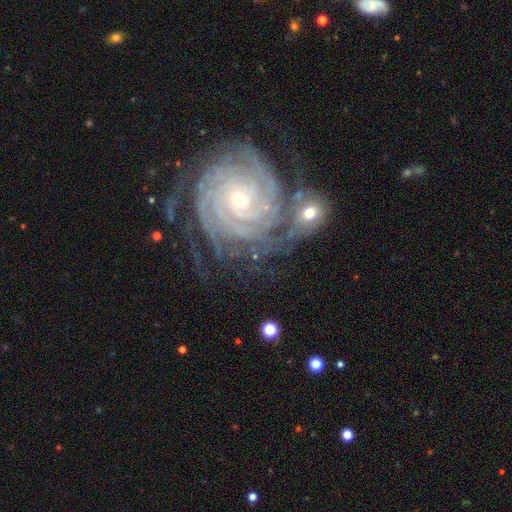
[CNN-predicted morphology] A featured or disk galaxy (89%) with no bar (67%), 4 (25%) tight (83%) spiral arms (98%) and a small central bulge (61%).

Vote fractions:
- Smooth or featured? featured or disk: 89% / star or artifact: 7% / smooth: 5%
- Edge-on disk? no: 97% / yes: 3%
- Bar? no: 67% / weak: 22% / strong: 11%
- Spiral arms? yes: 98% / no: 2%
- Spiral winding? tight: 83% / medium: 14% / loose: 3%
- Spiral arm count? 4: 25% / more than 4: 22% / can't tell: 19% / 3: 17% / 2: 10% / 1: 7%
- Bulge size? small: 61% / moderate: 36% / large: 2% / none: 1% / dominant: 1%
- Merging? none: 59% / minor disturbance: 17% / merger: 13% / major disturbance: 11%